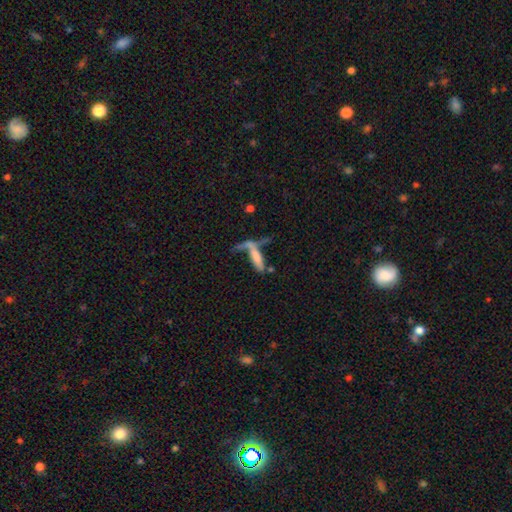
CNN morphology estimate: Smooth or featured? smooth (60%)
How rounded? cigar-shaped (70%)
Merging? merger (34%)